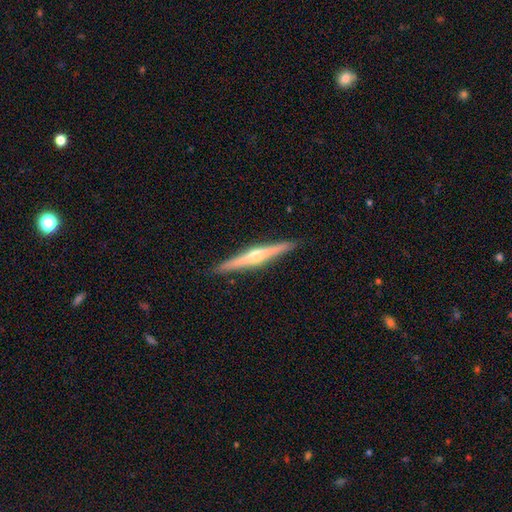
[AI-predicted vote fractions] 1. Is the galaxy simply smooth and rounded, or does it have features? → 78% featured or disk, 17% smooth, 5% star or artifact.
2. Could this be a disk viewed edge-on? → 98% yes, 2% no.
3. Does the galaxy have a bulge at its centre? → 90% rounded, 6% none, 4% boxy.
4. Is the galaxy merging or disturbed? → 92% none, 6% minor disturbance, 1% major disturbance, 1% merger.